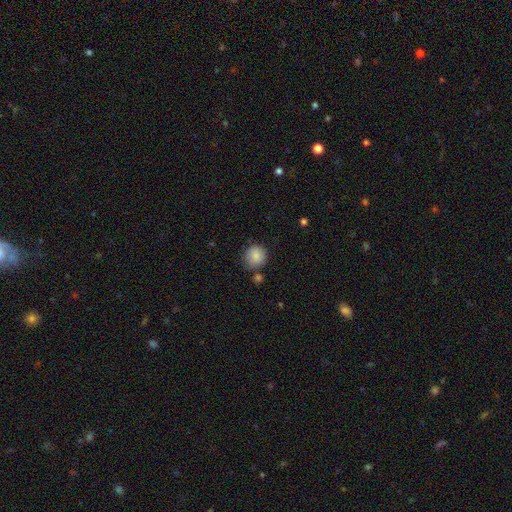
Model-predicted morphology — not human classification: smooth_or_featured: smooth (p=0.86) [alt: star or artifact p=0.08]
how_rounded: round (p=0.88) [alt: in between p=0.11]
merging: none (p=0.78) [alt: minor disturbance p=0.12]